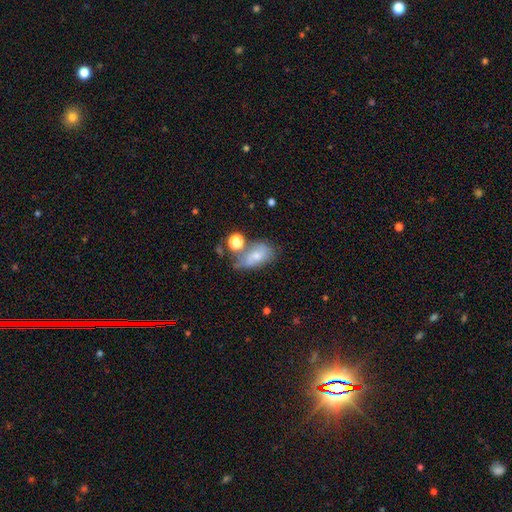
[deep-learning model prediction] This appears to be a smooth galaxy with no disk features (59%) that is in between round and cigar-shaped (83%). Merging: none (34%).